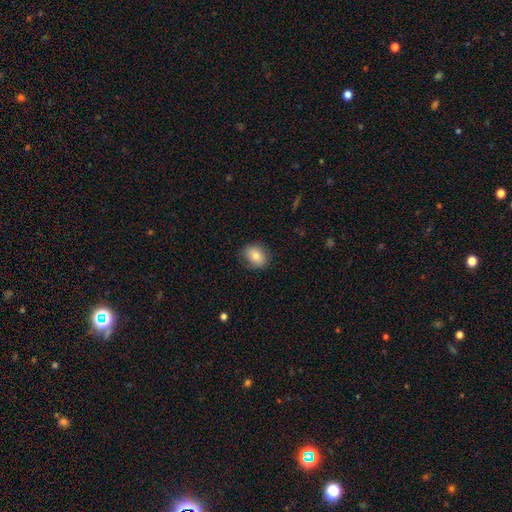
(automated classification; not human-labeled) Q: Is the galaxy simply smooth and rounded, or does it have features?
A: smooth — 79%.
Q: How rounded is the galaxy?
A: in between — 50%.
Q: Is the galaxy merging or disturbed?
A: none — 82%.